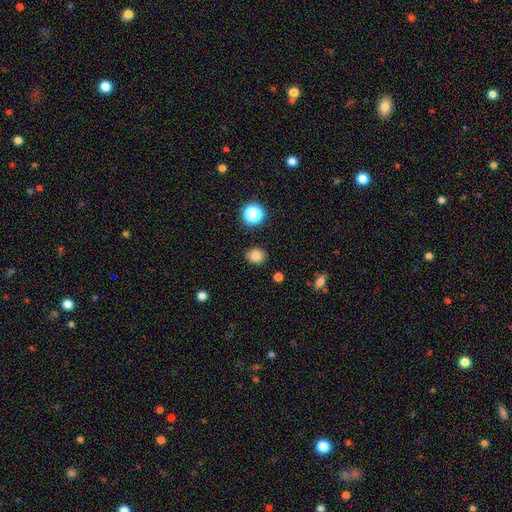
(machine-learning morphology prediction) This appears to be a smooth galaxy with no disk features (82%) that is round (70%). Merging: none (88%).